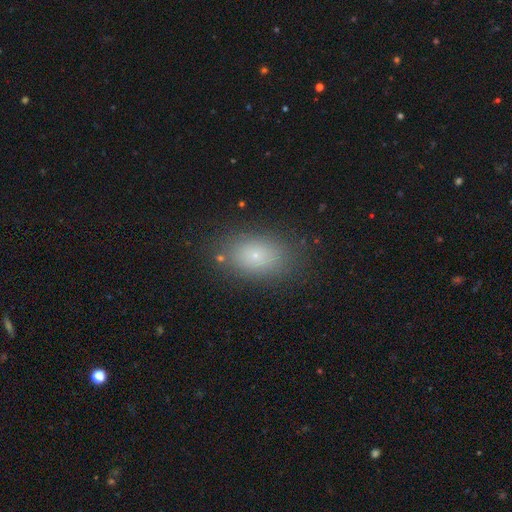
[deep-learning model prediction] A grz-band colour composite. It shows a smooth galaxy with no disk features (73%) that is in between round and cigar-shaped (84%). Merging: none (83%).